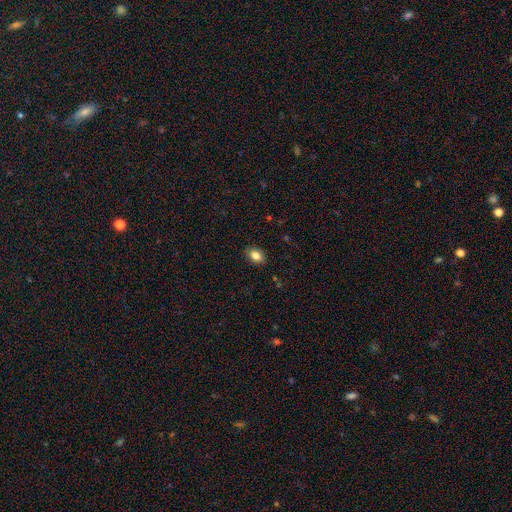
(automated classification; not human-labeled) Morphology: type=smooth (83%); roundness=in between (81%); merging=none (87%).